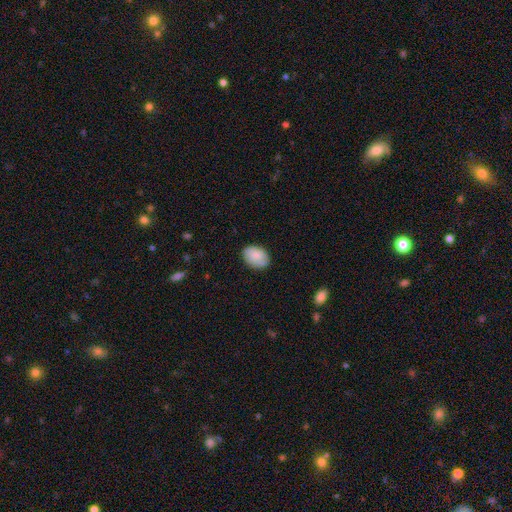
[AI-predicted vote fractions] smooth 82%, featured or disk 11%, star or artifact 7%. Down the decision tree: how rounded — in between (81%); merging — none (83%).